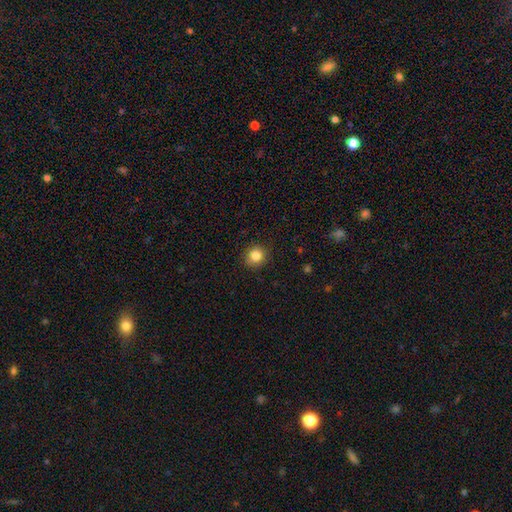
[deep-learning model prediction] Smooth or featured: smooth — 84% (star or artifact — 11%)
How rounded: round — 90% (in between — 9%)
Merging: none — 89% (minor disturbance — 8%)